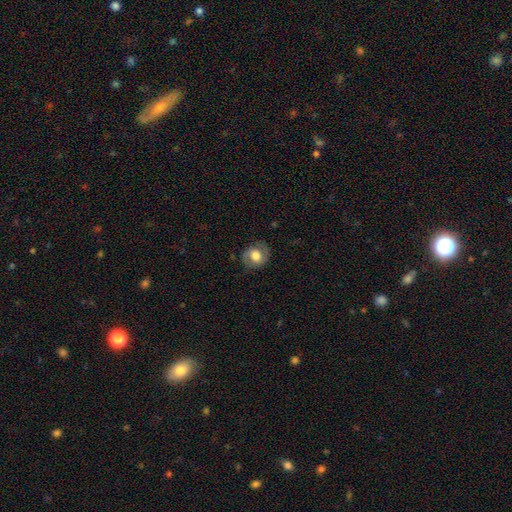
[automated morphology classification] type=smooth (53%); roundness=round (67%); merging=none (77%).